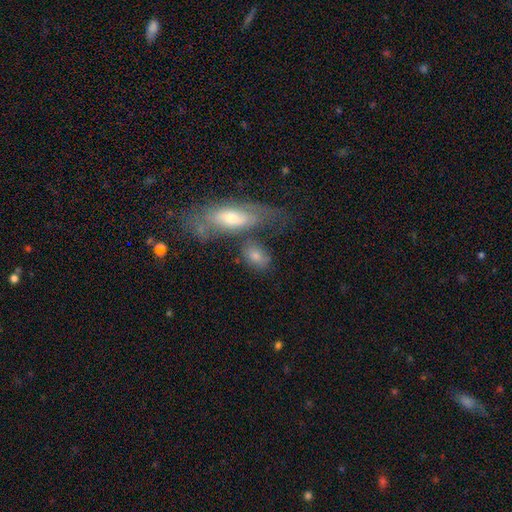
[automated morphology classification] Overall: smooth (74%). How rounded: in between (79%). Merging: none (50%; merger 25%).